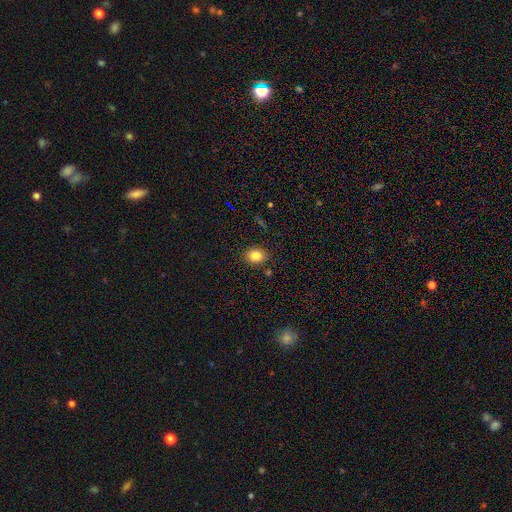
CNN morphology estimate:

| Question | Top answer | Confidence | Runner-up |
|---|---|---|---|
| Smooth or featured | smooth | 82% | star or artifact (11%) |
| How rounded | round | 55% | in between (44%) |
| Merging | none | 86% | minor disturbance (9%) |